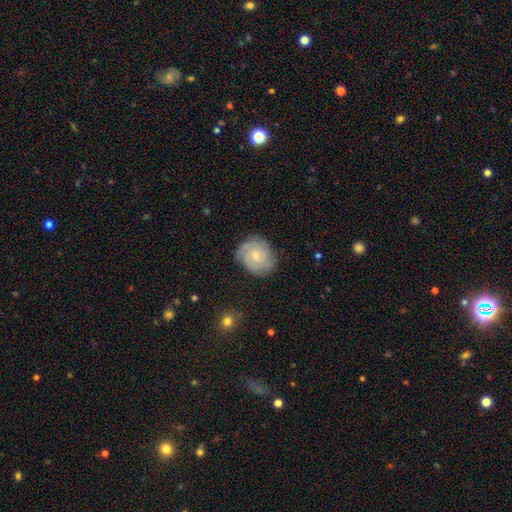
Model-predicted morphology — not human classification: featured or disk 72%, smooth 21%, star or artifact 7%. Down the decision tree: edge-on disk — no (98%); bar — no (69%); spiral arms — yes (95%); spiral arm count — 3 (30%); spiral winding — tight (70%); bulge size — small (68%); merging — none (79%).